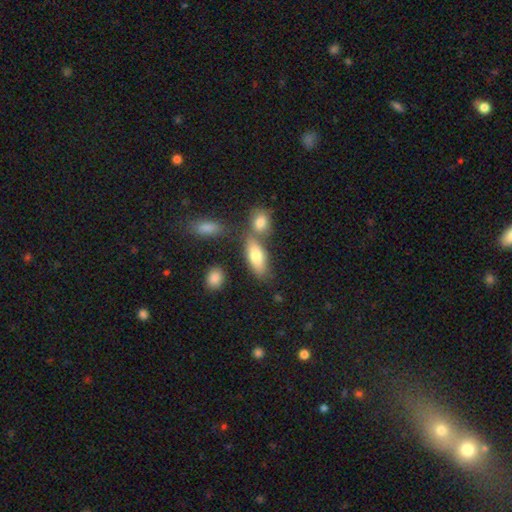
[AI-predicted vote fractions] smooth-or-featured: smooth: 77% | featured or disk: 15% | star or artifact: 8%
  how-rounded: in between: 77% | cigar-shaped: 18% | round: 5%
  merging: none: 53% | merger: 29% | minor disturbance: 13% | major disturbance: 5%